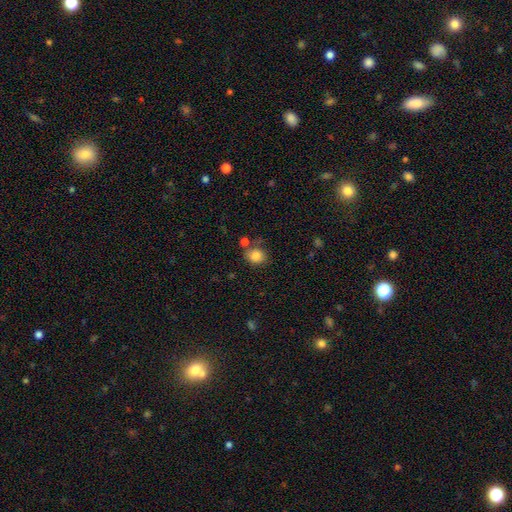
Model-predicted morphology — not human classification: type=smooth (83%); roundness=round (71%); merging=none (65%).